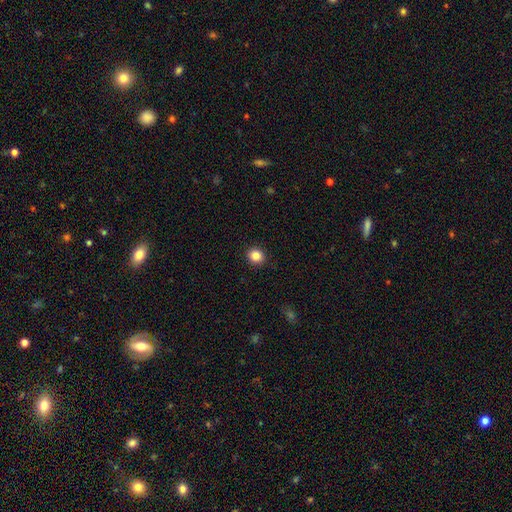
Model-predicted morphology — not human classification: Smooth or featured: smooth — 85% (star or artifact — 10%)
How rounded: round — 87% (in between — 12%)
Merging: none — 93% (minor disturbance — 5%)